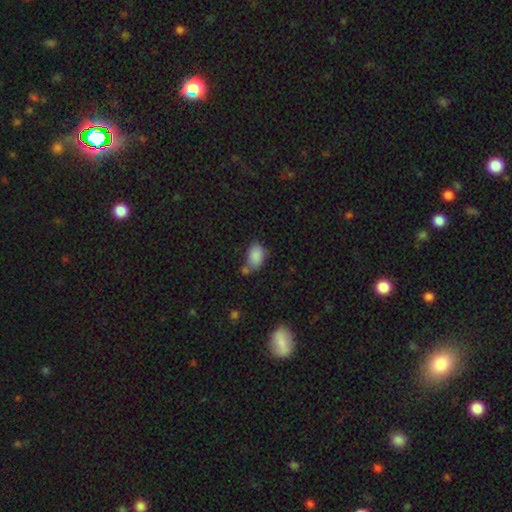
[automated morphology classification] Q: Smooth or featured?
A: smooth (86%); runner-up: star or artifact (9%)
Q: How rounded?
A: in between (86%); runner-up: round (13%)
Q: Merging?
A: none (52%); runner-up: minor disturbance (22%)